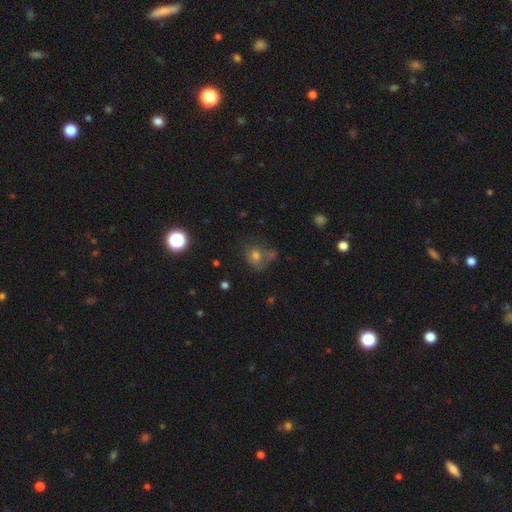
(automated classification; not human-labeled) This appears to be a smooth galaxy with no disk features (60%) that is round (63%). Merging: none (48%).